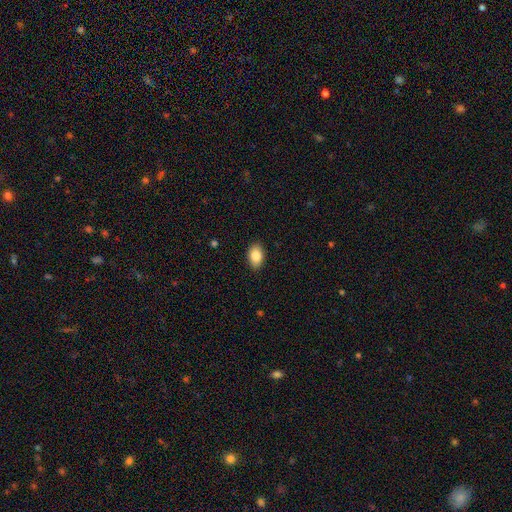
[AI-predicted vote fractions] Q: Smooth or featured?
A: smooth (86%); runner-up: star or artifact (7%)
Q: How rounded?
A: in between (90%); runner-up: round (9%)
Q: Merging?
A: none (88%); runner-up: minor disturbance (9%)